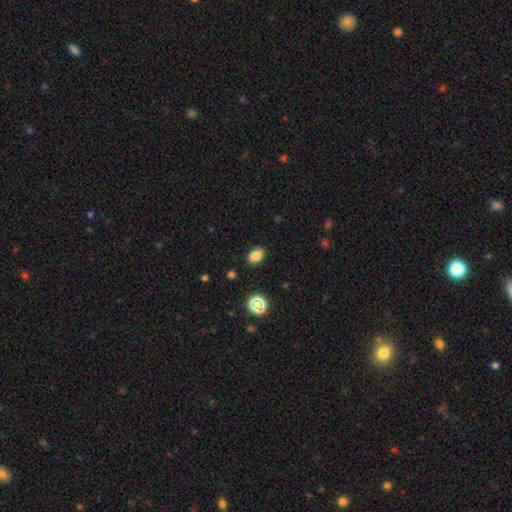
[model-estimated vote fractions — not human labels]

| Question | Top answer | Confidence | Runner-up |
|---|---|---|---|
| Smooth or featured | smooth | 82% | star or artifact (13%) |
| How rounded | in between | 82% | round (17%) |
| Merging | none | 88% | minor disturbance (8%) |